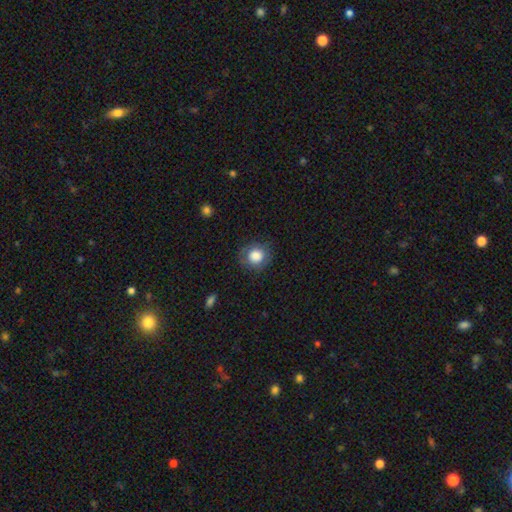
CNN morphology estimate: Smooth or featured?
  - smooth: 80% *
  - featured or disk: 12%
  - star or artifact: 9%
How rounded?
  - round: 82% *
  - in between: 17%
  - cigar-shaped: 1%
Merging?
  - none: 78% *
  - minor disturbance: 15%
  - major disturbance: 6%
  - merger: 1%